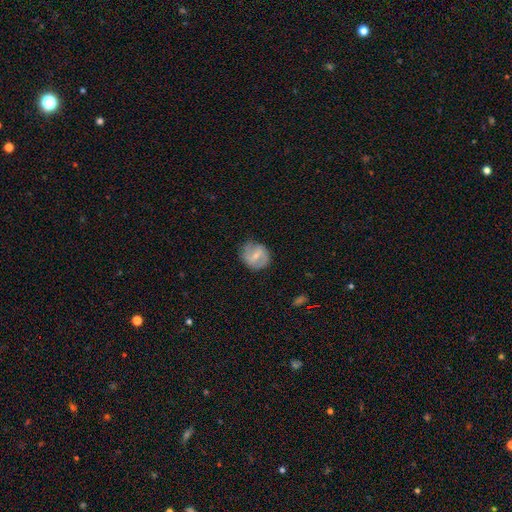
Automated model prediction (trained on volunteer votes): A featured or disk galaxy (62%) with a weak bar (52%), spiral arms (81%) and a small central bulge (59%).

Vote fractions:
- Smooth or featured? featured or disk: 62% / smooth: 32% / star or artifact: 7%
- Edge-on disk? no: 97% / yes: 3%
- Bar? weak: 52% / strong: 30% / no: 19%
- Spiral arms? yes: 81% / no: 19%
- Bulge size? small: 59% / moderate: 33% / none: 6% / large: 1% / dominant: 1%
- Merging? none: 73% / minor disturbance: 19% / major disturbance: 6% / merger: 1%